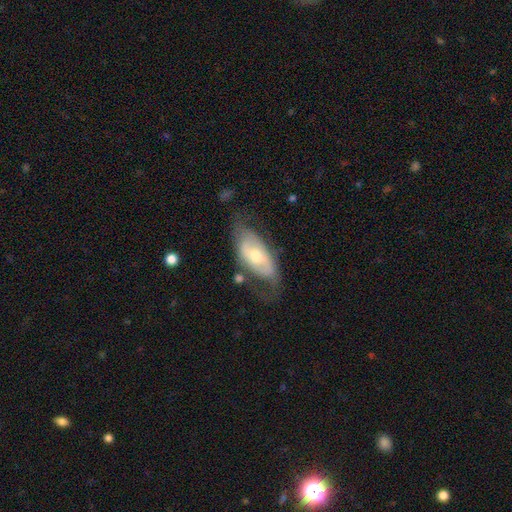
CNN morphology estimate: This appears to be a featured or disk galaxy (59%) with no bar (55%), spiral arms (59%) and a moderate central bulge (57%). Merging: none (54%).